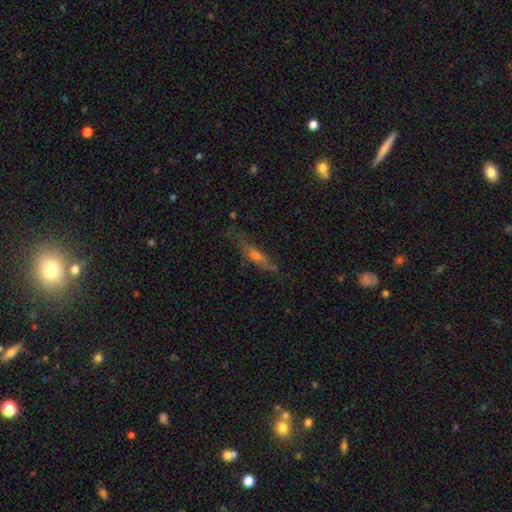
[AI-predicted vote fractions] Smooth or featured? featured or disk (49%)
Merging? none (64%)